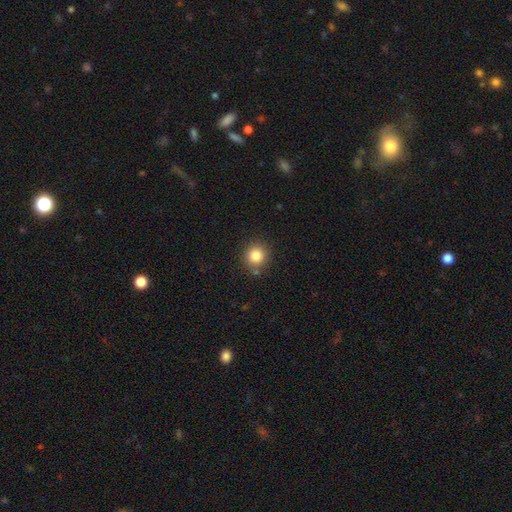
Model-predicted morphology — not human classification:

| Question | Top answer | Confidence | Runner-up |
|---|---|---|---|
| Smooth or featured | smooth | 83% | star or artifact (11%) |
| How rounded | round | 91% | in between (8%) |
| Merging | none | 85% | minor disturbance (9%) |